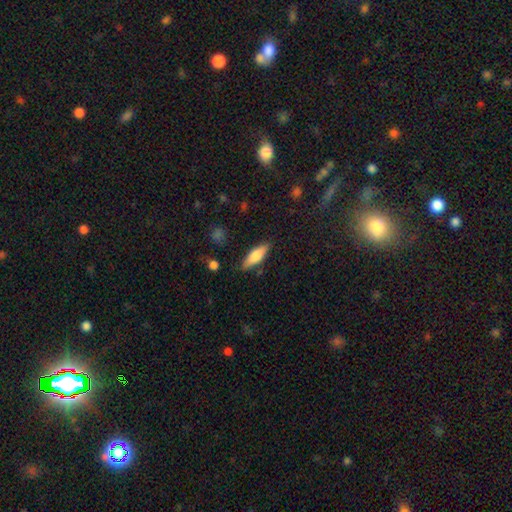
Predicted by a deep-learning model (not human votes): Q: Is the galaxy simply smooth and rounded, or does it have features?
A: smooth — 72%.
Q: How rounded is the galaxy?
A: in between — 52%.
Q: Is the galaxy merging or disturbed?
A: none — 83%.